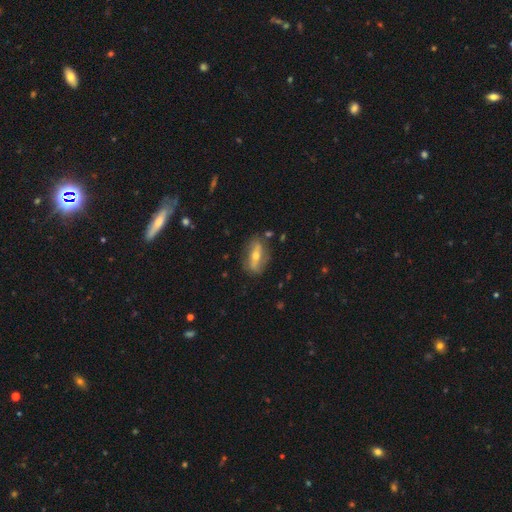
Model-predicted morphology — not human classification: This is possibly a featured or disk galaxy (60%). It is possibly not viewed edge-on (56%). Merging: likely none (78%).